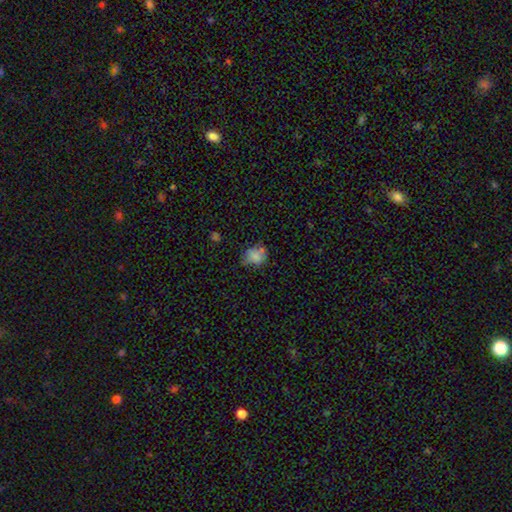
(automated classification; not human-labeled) Smooth or featured? smooth (77%)
How rounded? round (55%)
Merging? none (60%)